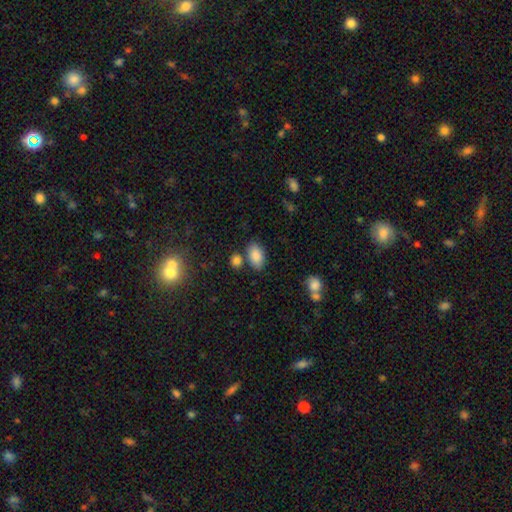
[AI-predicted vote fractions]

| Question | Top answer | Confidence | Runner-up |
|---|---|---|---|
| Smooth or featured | smooth | 86% | star or artifact (8%) |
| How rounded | in between | 91% | round (7%) |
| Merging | none | 72% | minor disturbance (13%) |